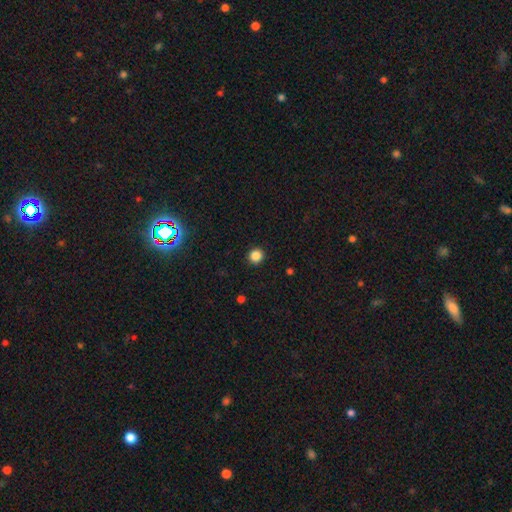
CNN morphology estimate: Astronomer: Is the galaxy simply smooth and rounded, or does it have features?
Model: smooth — 85%.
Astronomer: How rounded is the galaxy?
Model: round — 93%.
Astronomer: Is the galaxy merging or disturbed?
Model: none — 93%.